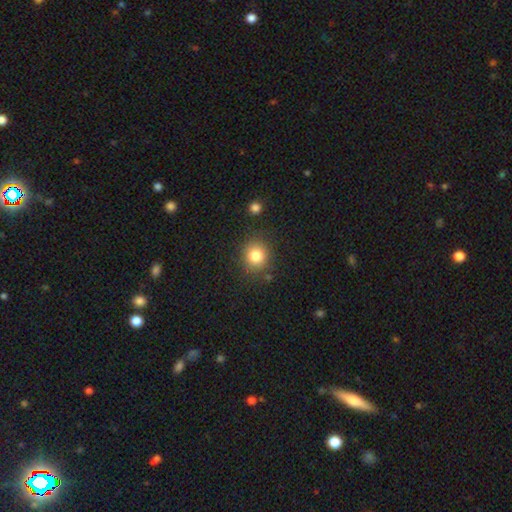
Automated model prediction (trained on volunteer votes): This appears to be a smooth galaxy with no disk features (82%) that is round (86%). Merging: none (85%).